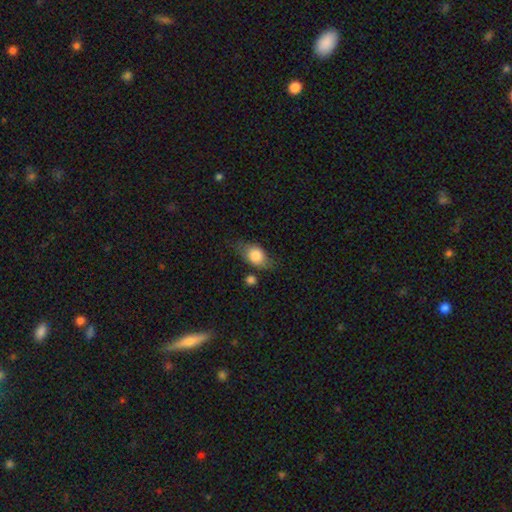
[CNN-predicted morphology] type=smooth (78%); roundness=in between (78%); merging=none (60%).